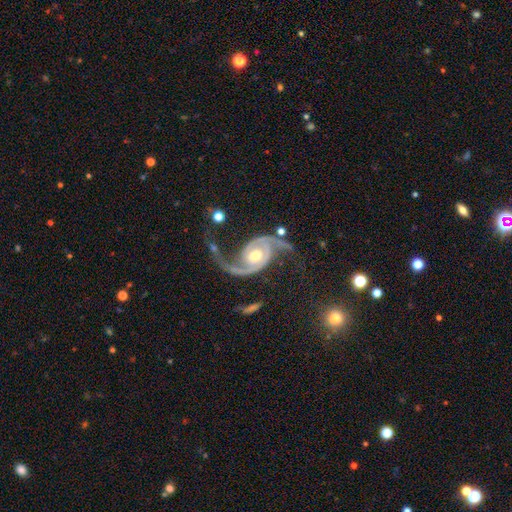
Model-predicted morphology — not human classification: This is clearly a featured or disk galaxy (93%). It is clearly not viewed edge-on (98%). Bar: possibly no (57%). Spiral arm pattern: clearly yes (98%). Spiral arm count: clearly 2 (93%). Spiral winding: marginally loose (44%). Central bulge: likely moderate (72%). Merging: possibly none (58%).